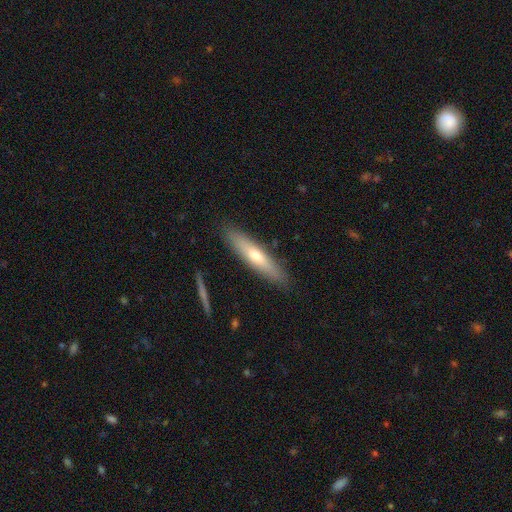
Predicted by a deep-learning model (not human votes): Smooth or featured: smooth — 55% (featured or disk — 38%)
How rounded: cigar-shaped — 81% (in between — 17%)
Merging: none — 88% (minor disturbance — 9%)